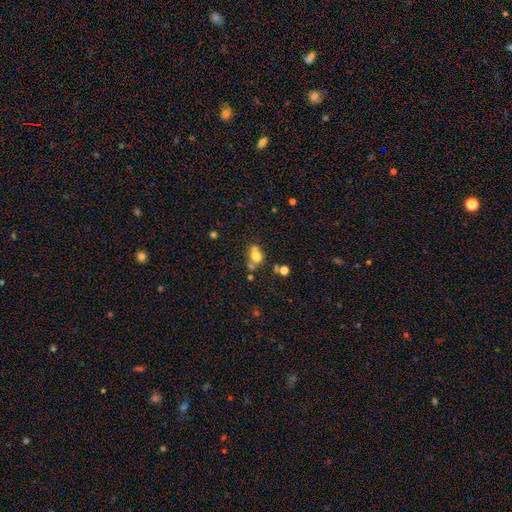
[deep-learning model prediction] smooth 66%, featured or disk 19%, star or artifact 15%. Down the decision tree: how rounded — in between (55%); merging — none (40%, tied with merger).